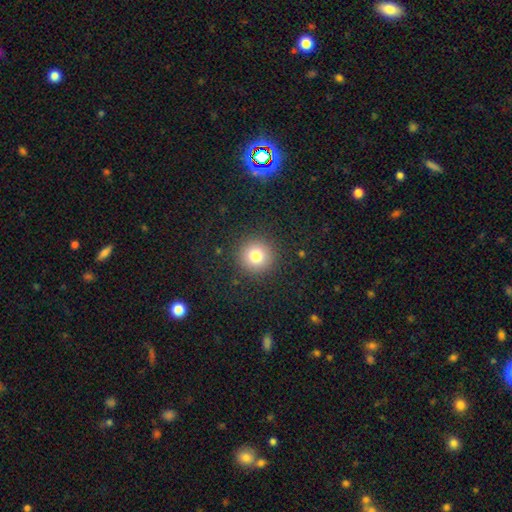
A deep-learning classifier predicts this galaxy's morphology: Smooth or featured? smooth (79%)
How rounded? round (95%)
Merging? none (91%)